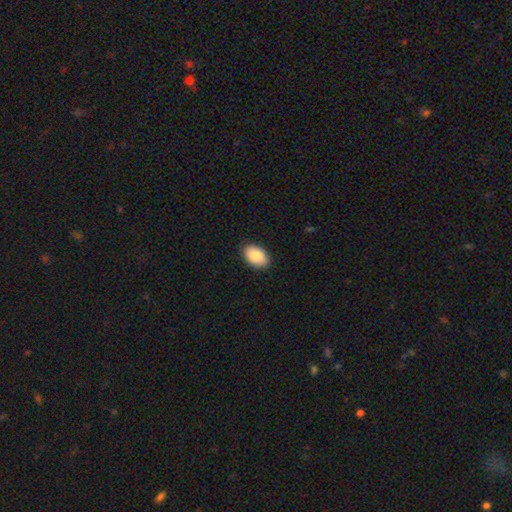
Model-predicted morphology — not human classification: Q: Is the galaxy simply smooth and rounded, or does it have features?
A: smooth — 88%.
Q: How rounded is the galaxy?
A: in between — 91%.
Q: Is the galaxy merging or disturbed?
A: none — 87%.